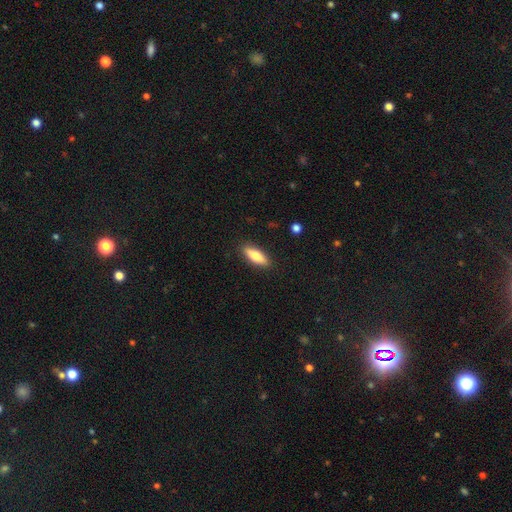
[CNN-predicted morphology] Smooth or featured: smooth — 71% (featured or disk — 23%)
How rounded: in between — 56% (cigar-shaped — 41%)
Merging: none — 89% (minor disturbance — 8%)